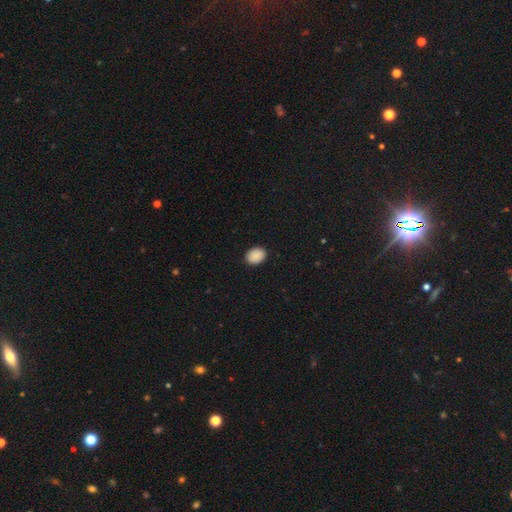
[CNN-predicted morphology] Q: Smooth or featured?
A: smooth (90%); runner-up: star or artifact (8%)
Q: How rounded?
A: in between (53%); runner-up: round (46%)
Q: Merging?
A: none (91%); runner-up: minor disturbance (7%)